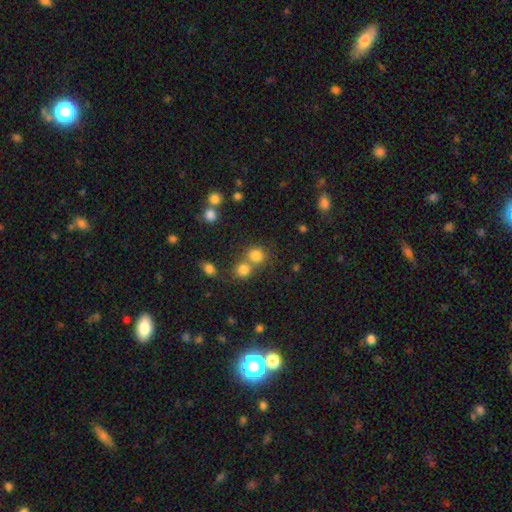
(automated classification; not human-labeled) smooth-or-featured: smooth: 80% | star or artifact: 14% | featured or disk: 7%
  how-rounded: round: 83% | in between: 16% | cigar-shaped: 1%
  merging: none: 52% | merger: 36% | minor disturbance: 8% | major disturbance: 4%